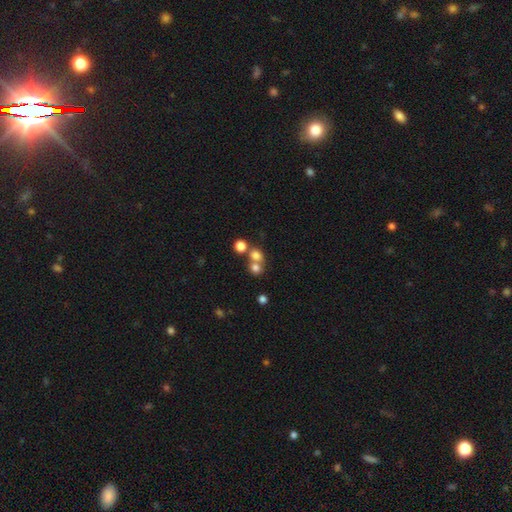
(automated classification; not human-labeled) This is likely a smooth galaxy (73%). How rounded: likely round (80%). Merging: possibly none (45%).